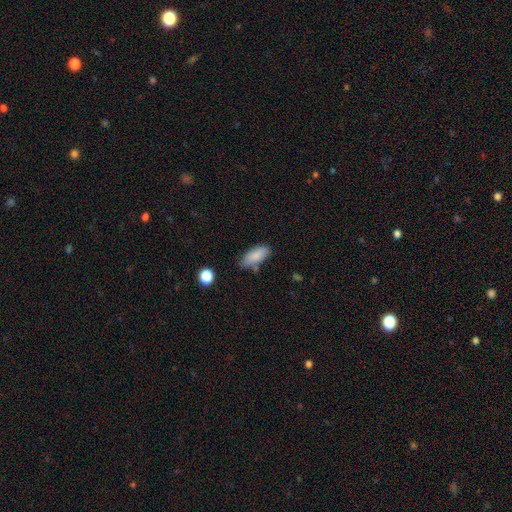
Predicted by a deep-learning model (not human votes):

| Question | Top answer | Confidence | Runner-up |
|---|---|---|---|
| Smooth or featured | smooth | 84% | featured or disk (8%) |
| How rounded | in between | 83% | cigar-shaped (15%) |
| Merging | none | 64% | minor disturbance (24%) |